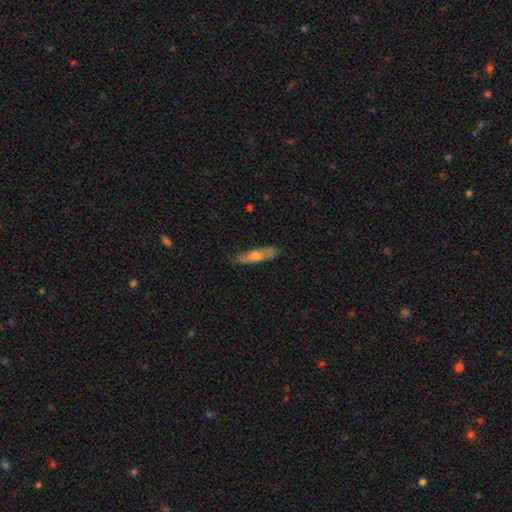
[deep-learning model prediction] The model was most divided on "smooth or featured": smooth: 53%, featured or disk: 41%, star or artifact: 6%. More confident: merging — none (76%); how rounded — cigar-shaped (73%).